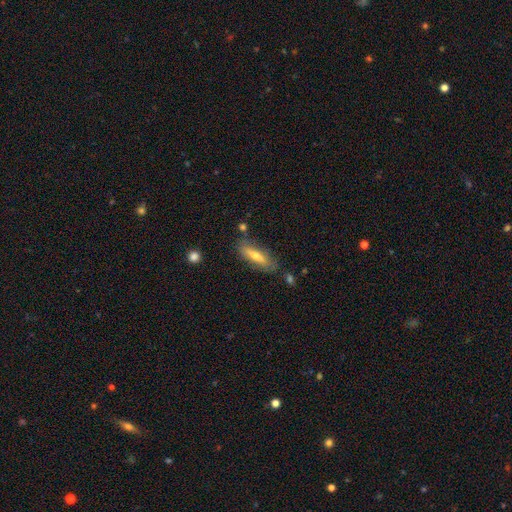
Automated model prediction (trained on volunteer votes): A smooth galaxy with no disk features (53%) that is cigar-shaped (63%). Merging: none (78%).